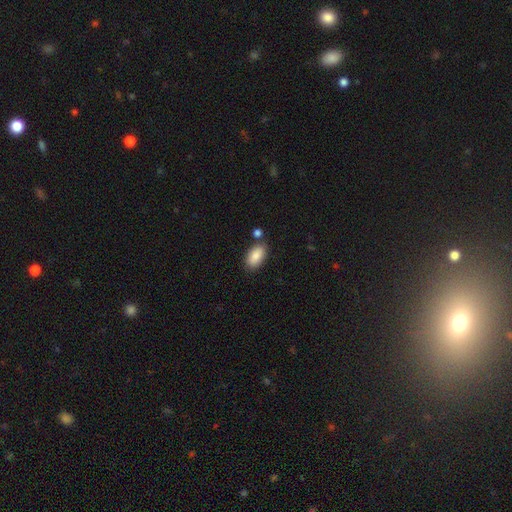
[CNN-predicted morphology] smooth-or-featured: smooth: 86% | featured or disk: 8% | star or artifact: 7%
  how-rounded: in between: 94% | round: 3% | cigar-shaped: 2%
  merging: none: 78% | minor disturbance: 11% | merger: 8% | major disturbance: 3%